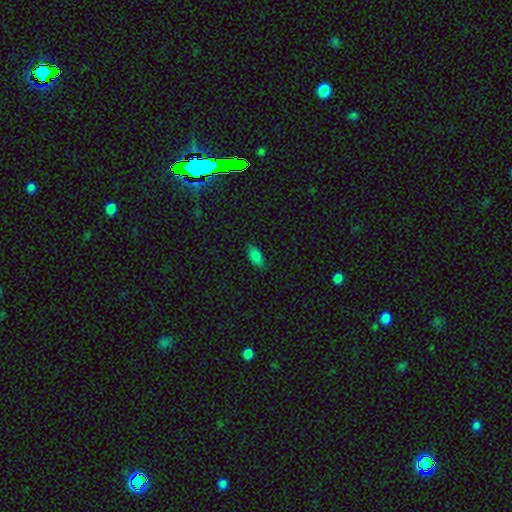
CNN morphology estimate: A smooth galaxy with no disk features (83%) that is in between round and cigar-shaped (91%). Merging: none (81%).